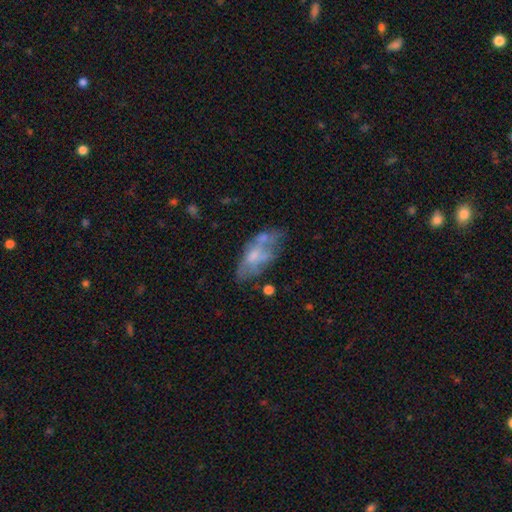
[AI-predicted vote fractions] smooth-or-featured: featured or disk: 51% | smooth: 41% | star or artifact: 9%
  disk-edge-on: no: 91% | yes: 9%
  merging: none: 39% | minor disturbance: 26% | major disturbance: 21% | merger: 15%